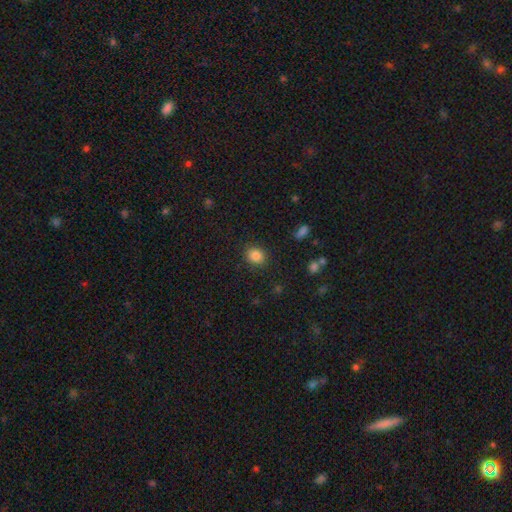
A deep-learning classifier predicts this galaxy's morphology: Smooth or featured? smooth (85%)
How rounded? round (61%)
Merging? none (88%)